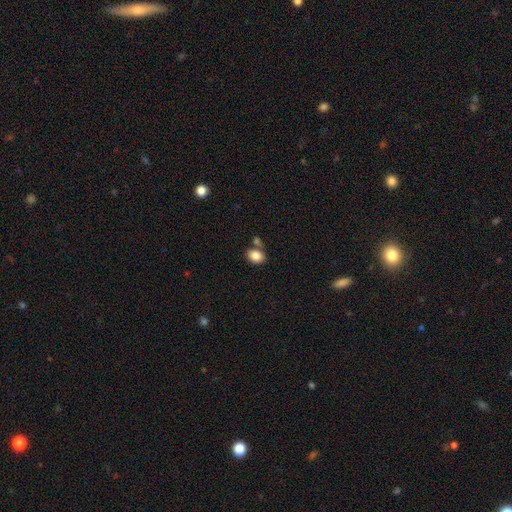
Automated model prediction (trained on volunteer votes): Smooth or featured? smooth (85%)
How rounded? in between (66%)
Merging? none (63%)